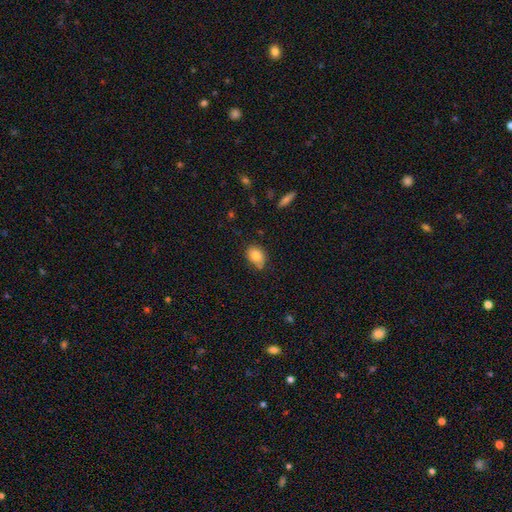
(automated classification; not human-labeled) Smooth or featured? Predicted: smooth (p=0.82). How rounded? Predicted: in between (p=0.70). Merging? Predicted: none (p=0.63).